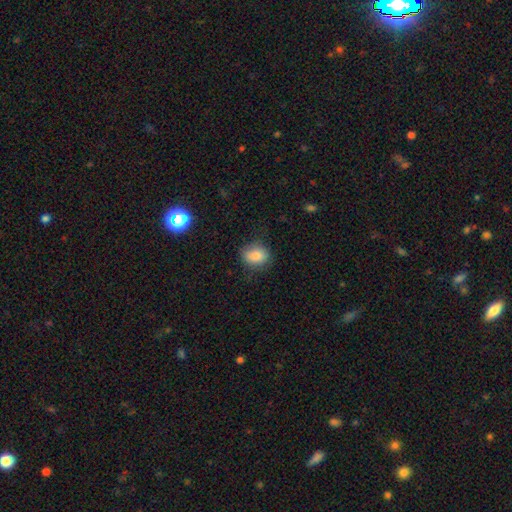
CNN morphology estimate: smooth-or-featured: smooth: 86% | star or artifact: 8% | featured or disk: 6%
  how-rounded: in between: 63% | round: 36% | cigar-shaped: 1%
  merging: none: 74% | minor disturbance: 19% | major disturbance: 6% | merger: 1%